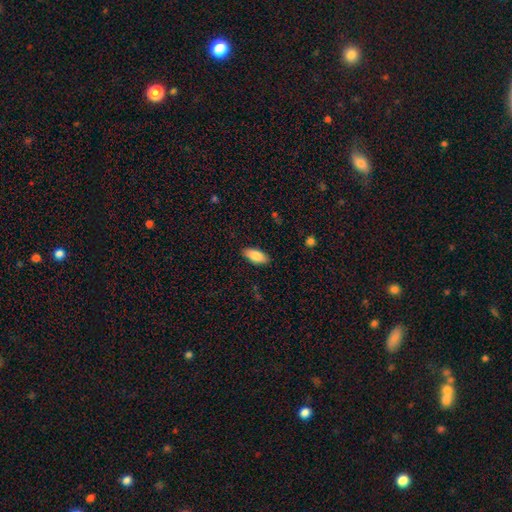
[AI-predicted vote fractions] A smooth galaxy with no disk features (86%) that is in between round and cigar-shaped (88%).

Vote fractions:
- Smooth or featured? smooth: 86% / featured or disk: 8% / star or artifact: 6%
- How rounded? in between: 88% / cigar-shaped: 10% / round: 2%
- Merging? none: 88% / minor disturbance: 9% / major disturbance: 2% / merger: 1%